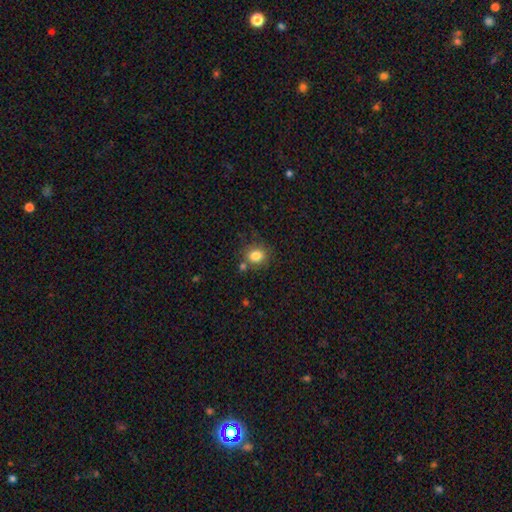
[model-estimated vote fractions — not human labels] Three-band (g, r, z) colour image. It shows a smooth galaxy with no disk features (82%) that is round (67%). Merging: none (72%).